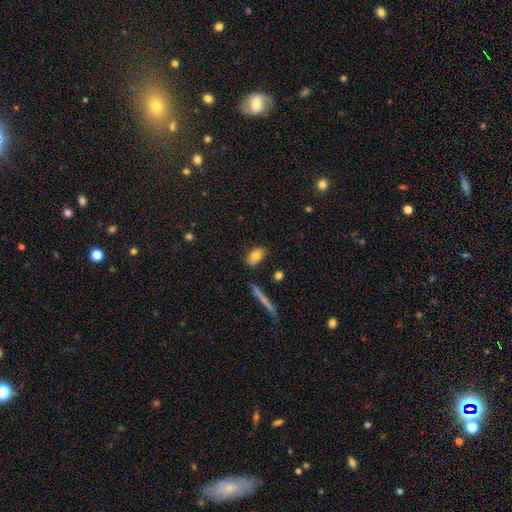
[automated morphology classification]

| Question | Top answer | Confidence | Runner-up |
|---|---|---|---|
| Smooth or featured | smooth | 76% | featured or disk (17%) |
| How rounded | in between | 83% | round (12%) |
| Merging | none | 78% | minor disturbance (15%) |